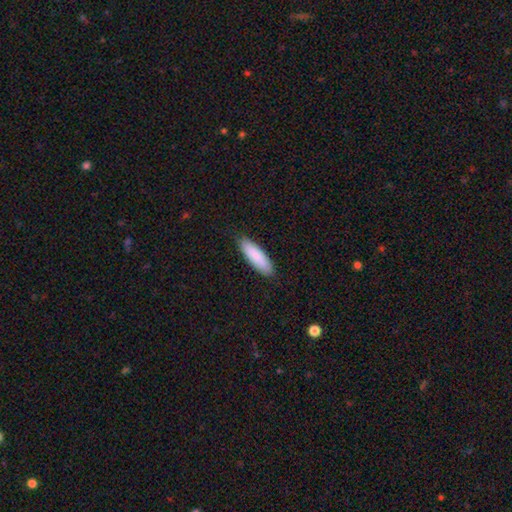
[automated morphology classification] The model was most divided on "how rounded": in between: 50%, cigar-shaped: 49%, round: 1%. More confident: smooth or featured — smooth (88%); merging — none (86%).